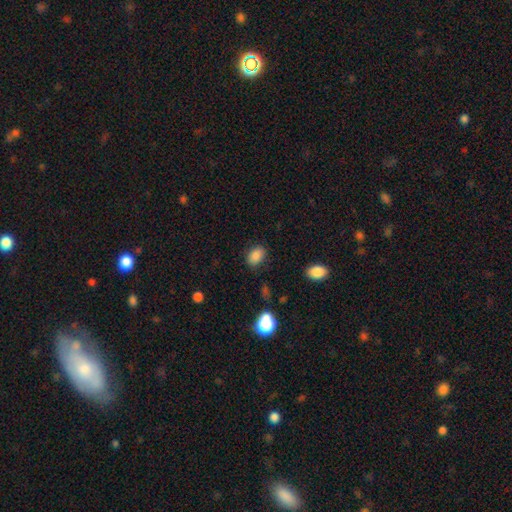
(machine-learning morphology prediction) smooth-or-featured: smooth: 86% | star or artifact: 9% | featured or disk: 5%
  how-rounded: in between: 76% | round: 23% | cigar-shaped: 1%
  merging: none: 82% | minor disturbance: 13% | major disturbance: 4% | merger: 2%